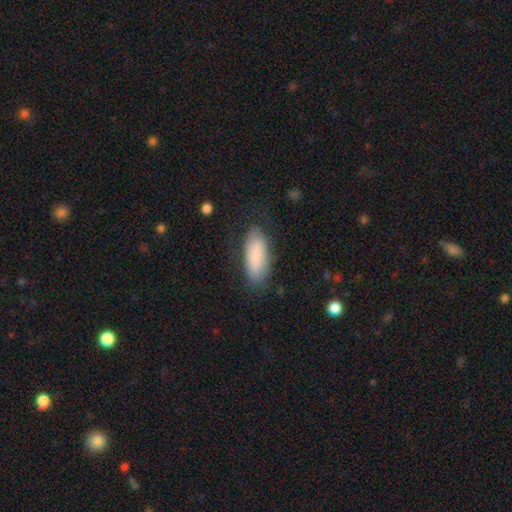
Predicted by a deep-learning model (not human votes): smooth_or_featured: smooth (p=0.75) [alt: featured or disk p=0.18]
how_rounded: in between (p=0.80) [alt: cigar-shaped p=0.18]
merging: none (p=0.74) [alt: minor disturbance p=0.18]